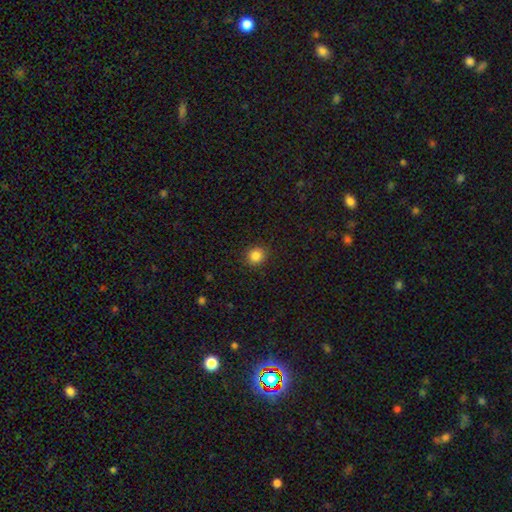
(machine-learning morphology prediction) Smooth or featured: smooth — 85% (star or artifact — 11%)
How rounded: round — 86% (in between — 13%)
Merging: none — 90% (minor disturbance — 7%)